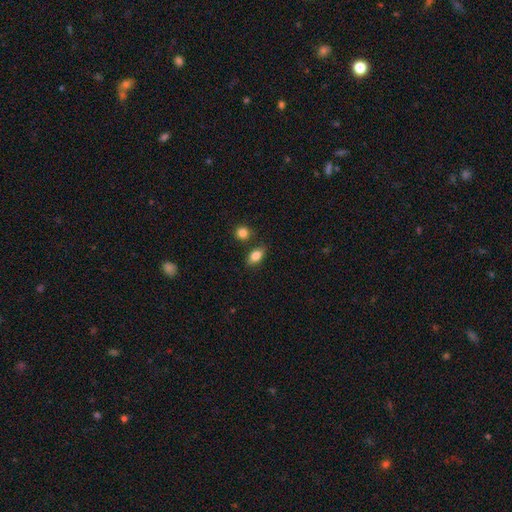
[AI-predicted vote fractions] The model was most divided on "merging": none: 78%, minor disturbance: 12%, merger: 7%, major disturbance: 3%. More confident: how rounded — in between (84%); smooth or featured — smooth (81%).